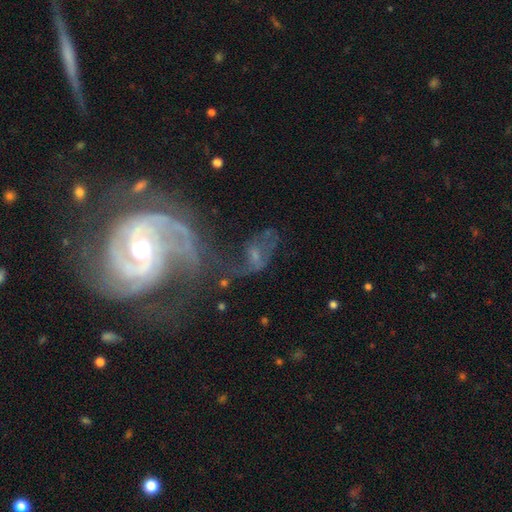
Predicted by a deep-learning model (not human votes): Overall: featured or disk (67%). Edge-on disk: no (94%). Bar: no (47%; weak 36%). Spiral arms: yes (75%). Bulge size: small (48%; moderate 33%). Merging: major disturbance (35%; none 29%).